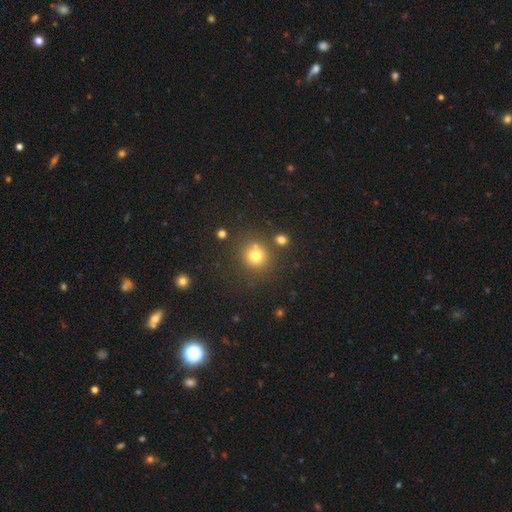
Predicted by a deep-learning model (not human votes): smooth_or_featured: smooth (p=0.75) [alt: star or artifact p=0.16]
how_rounded: round (p=0.91) [alt: in between p=0.08]
merging: none (p=0.76) [alt: merger p=0.11]